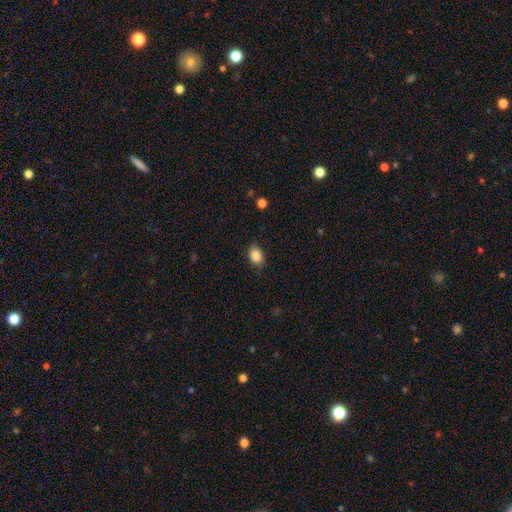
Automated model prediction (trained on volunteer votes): smooth-or-featured: smooth: 87% | star or artifact: 9% | featured or disk: 4%
  how-rounded: in between: 76% | round: 23% | cigar-shaped: 1%
  merging: none: 83% | minor disturbance: 13% | major disturbance: 3% | merger: 1%